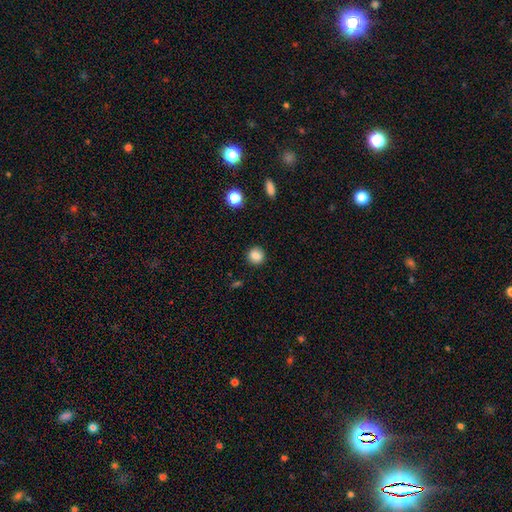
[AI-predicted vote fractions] Q: Smooth or featured?
A: smooth (85%); runner-up: star or artifact (10%)
Q: How rounded?
A: round (91%); runner-up: in between (8%)
Q: Merging?
A: none (91%); runner-up: minor disturbance (6%)